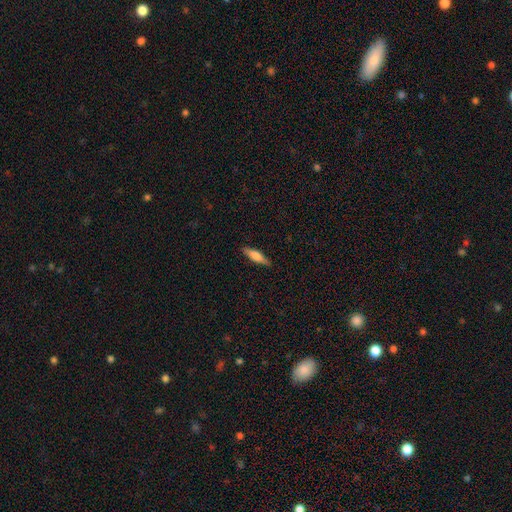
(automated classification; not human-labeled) smooth-or-featured: smooth: 68% | featured or disk: 26% | star or artifact: 6%
  how-rounded: cigar-shaped: 65% | in between: 33% | round: 2%
  merging: none: 86% | minor disturbance: 11% | major disturbance: 2% | merger: 1%